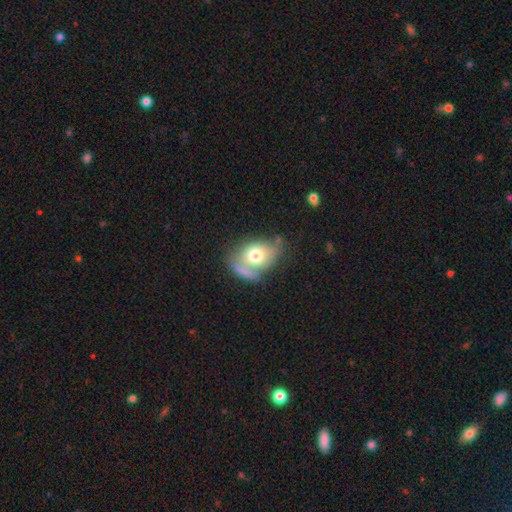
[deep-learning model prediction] smooth 65%, featured or disk 27%, star or artifact 8%. Down the decision tree: how rounded — in between (68%); merging — none (37%).